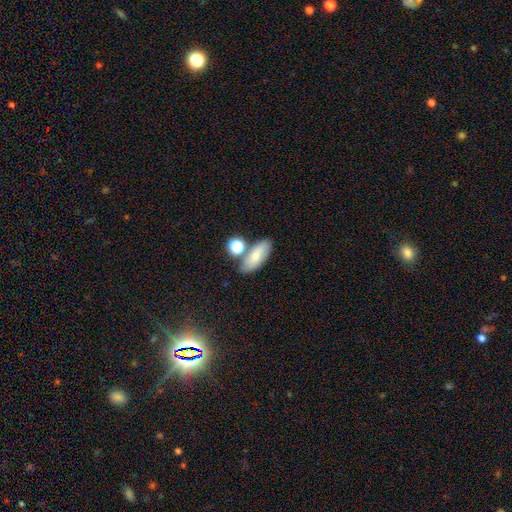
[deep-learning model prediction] This is likely a smooth galaxy (70%). How rounded: clearly in between (82%). Merging: likely none (64%).